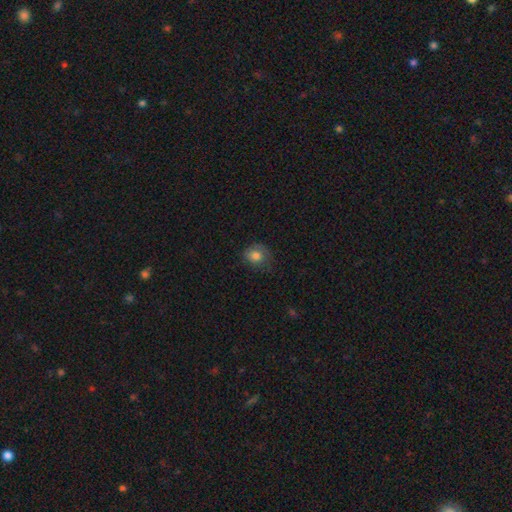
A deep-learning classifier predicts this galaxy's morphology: type=smooth (76%); roundness=round (63%); merging=none (60%).